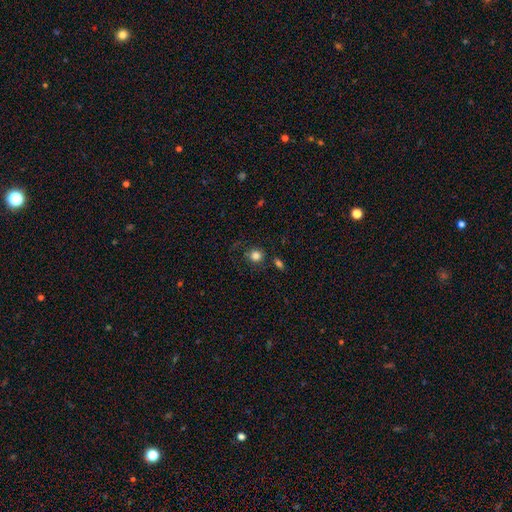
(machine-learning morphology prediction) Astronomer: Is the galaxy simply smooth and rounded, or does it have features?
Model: smooth — 83%.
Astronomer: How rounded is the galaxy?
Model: round — 85%.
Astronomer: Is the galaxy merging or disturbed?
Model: none — 74%.